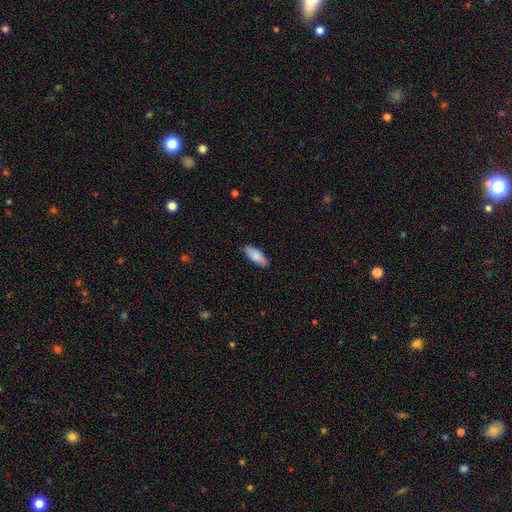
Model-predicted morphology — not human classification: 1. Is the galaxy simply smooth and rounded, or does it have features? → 78% smooth, 16% featured or disk, 6% star or artifact.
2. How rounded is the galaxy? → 78% in between, 20% cigar-shaped, 2% round.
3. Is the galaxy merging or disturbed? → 80% none, 16% minor disturbance, 3% major disturbance, 1% merger.